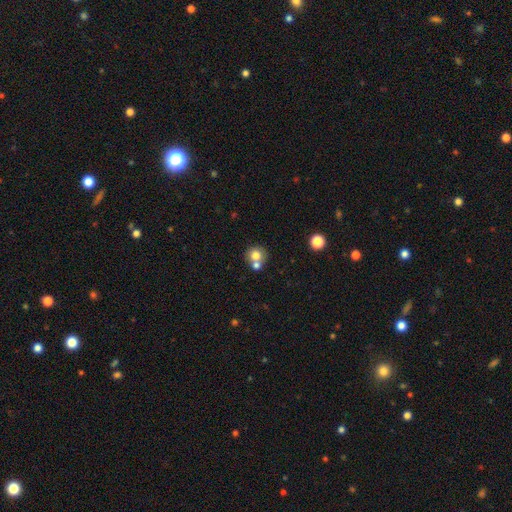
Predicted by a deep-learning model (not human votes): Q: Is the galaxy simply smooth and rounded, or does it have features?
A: smooth — 74%.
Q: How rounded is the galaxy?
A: round — 86%.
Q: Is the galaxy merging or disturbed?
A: none — 50%.